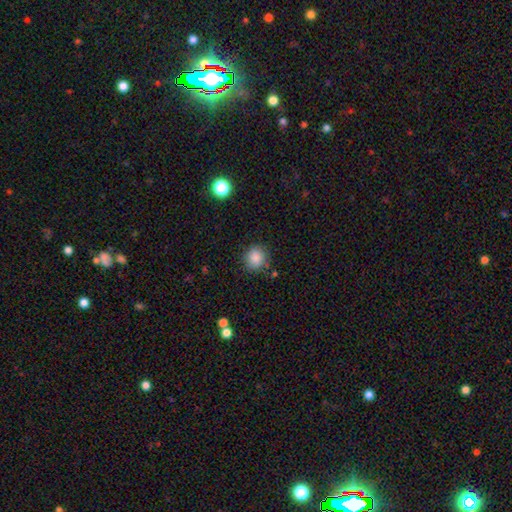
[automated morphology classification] smooth_or_featured: smooth (p=0.85) [alt: star or artifact p=0.11]
how_rounded: round (p=0.84) [alt: in between p=0.15]
merging: none (p=0.85) [alt: minor disturbance p=0.09]